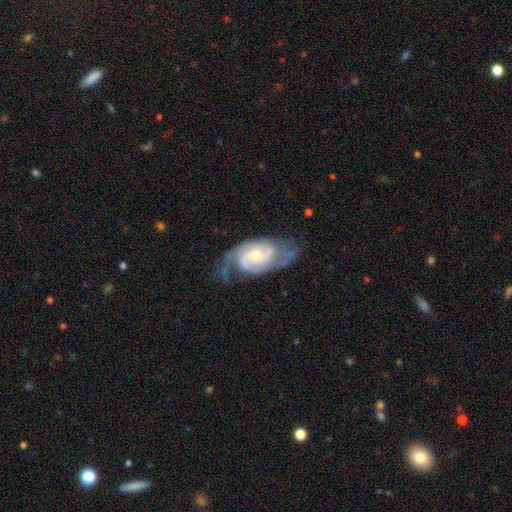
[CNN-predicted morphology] A featured or disk galaxy (90%) with no bar (53%), 2 (75%) medium (46%) spiral arms (98%) and a moderate central bulge (47%). Merging: none (66%).